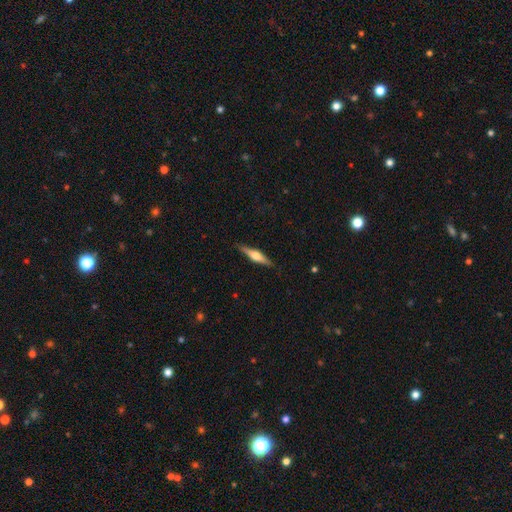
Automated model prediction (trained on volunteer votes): Smooth or featured? featured or disk (66%)
Edge-on disk? yes (97%)
Edge-on bulge? rounded (91%)
Merging? none (88%)